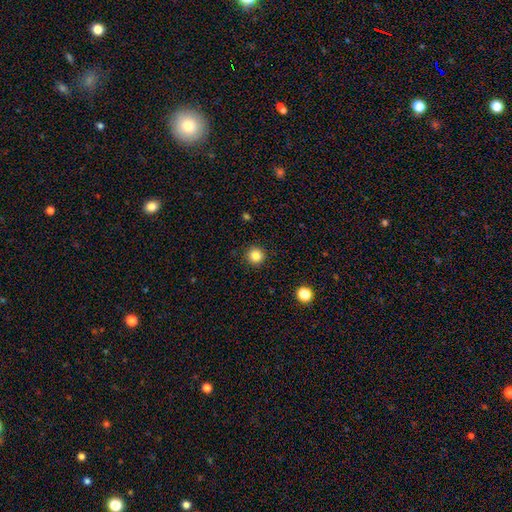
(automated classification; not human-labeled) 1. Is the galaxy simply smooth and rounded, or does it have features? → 84% smooth, 12% star or artifact, 4% featured or disk.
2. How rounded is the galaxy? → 95% round, 4% in between, 1% cigar-shaped.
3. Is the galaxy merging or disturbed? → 92% none, 5% minor disturbance, 2% major disturbance, 1% merger.